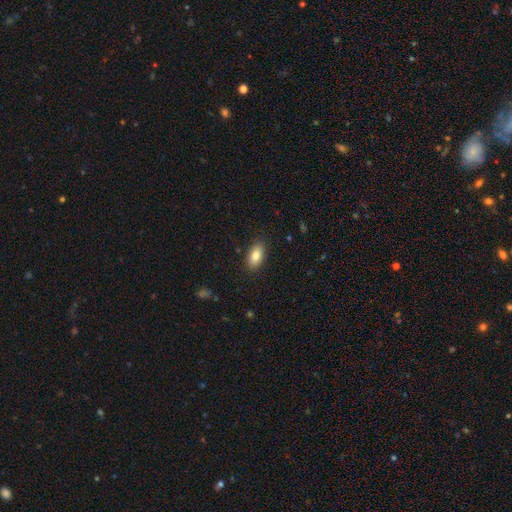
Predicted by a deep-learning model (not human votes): This appears to be a smooth galaxy with no disk features (85%) that is in between round and cigar-shaped (92%). Merging: none (88%).